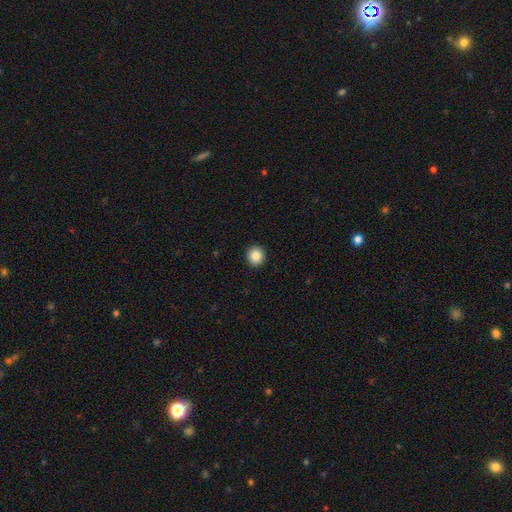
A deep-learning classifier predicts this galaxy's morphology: Smooth or featured: smooth — 86% (star or artifact — 9%)
How rounded: round — 92% (in between — 7%)
Merging: none — 93% (minor disturbance — 4%)